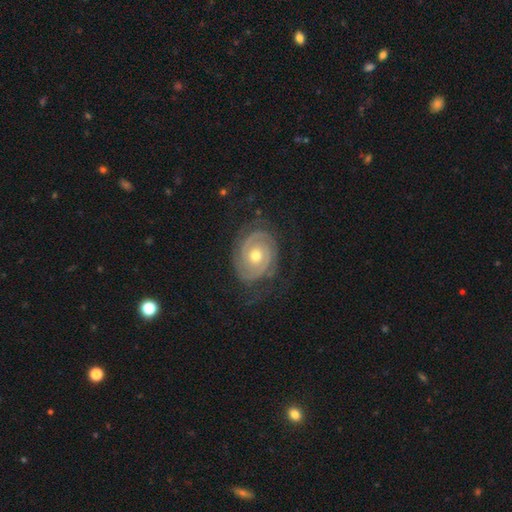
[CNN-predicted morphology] This appears to be a featured or disk galaxy (86%) with no bar (77%), 2 (69%) tight (75%) spiral arms (95%) and a moderate central bulge (73%). Merging: none (76%).